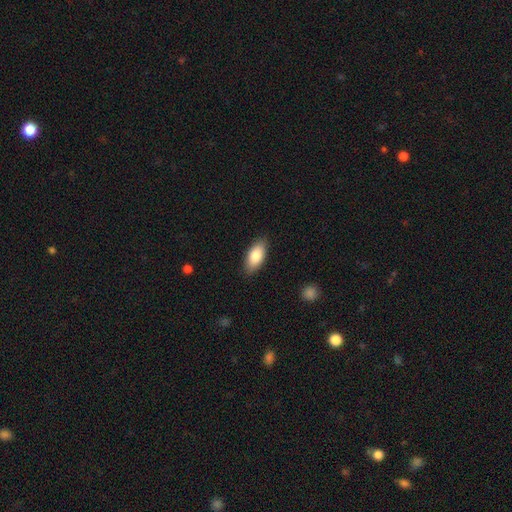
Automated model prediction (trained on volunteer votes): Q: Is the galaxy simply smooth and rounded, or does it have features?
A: smooth — 82%.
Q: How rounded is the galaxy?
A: in between — 88%.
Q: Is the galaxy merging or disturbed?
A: none — 87%.